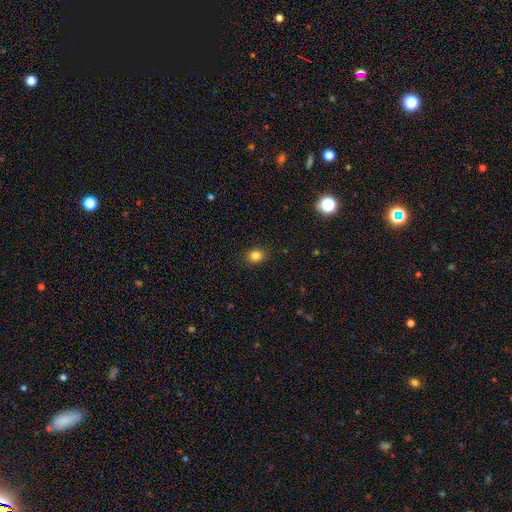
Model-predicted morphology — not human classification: type=smooth (84%); roundness=round (57%); merging=none (88%).